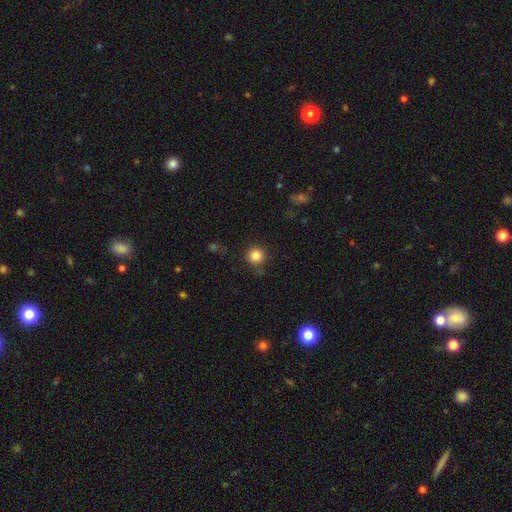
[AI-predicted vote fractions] A smooth galaxy with no disk features (84%) that is round (95%).

Vote fractions:
- Smooth or featured? smooth: 84% / star or artifact: 11% / featured or disk: 4%
- How rounded? round: 95% / in between: 4% / cigar-shaped: 1%
- Merging? none: 86% / minor disturbance: 9% / major disturbance: 3% / merger: 2%